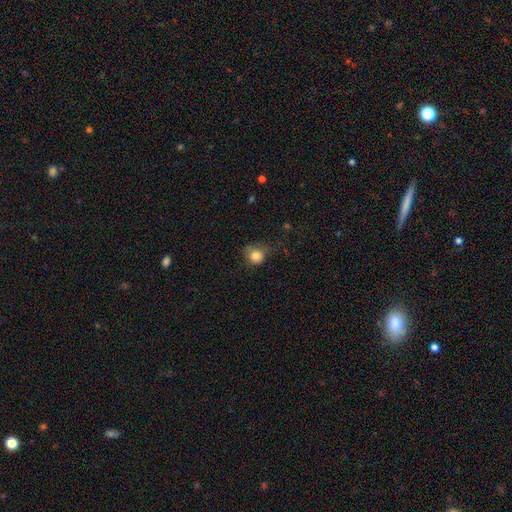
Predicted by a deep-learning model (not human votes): The model was most divided on "merging": none: 59%, minor disturbance: 29%, major disturbance: 11%, merger: 2%. More confident: how rounded — round (82%); smooth or featured — smooth (82%).